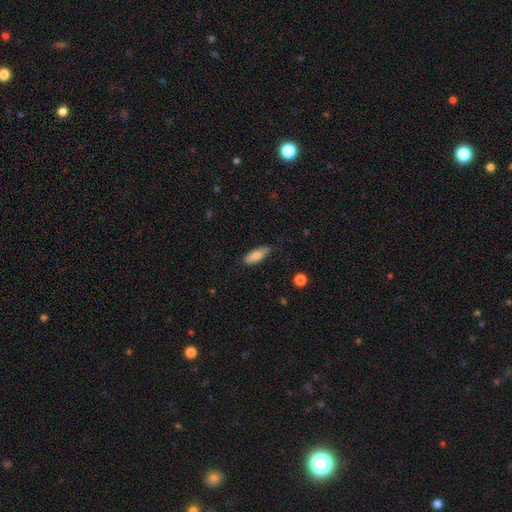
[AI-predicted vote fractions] Smooth or featured: smooth — 81% (featured or disk — 13%)
How rounded: in between — 70% (cigar-shaped — 28%)
Merging: none — 76% (minor disturbance — 20%)